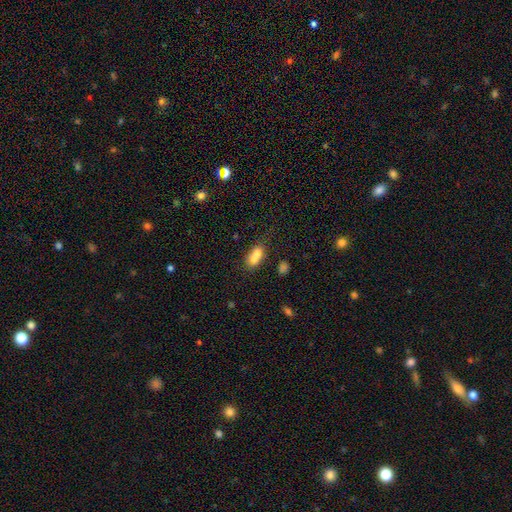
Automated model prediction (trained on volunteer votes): This appears to be a smooth galaxy with no disk features (69%) that is in between round and cigar-shaped (56%). Merging: merger (68%).